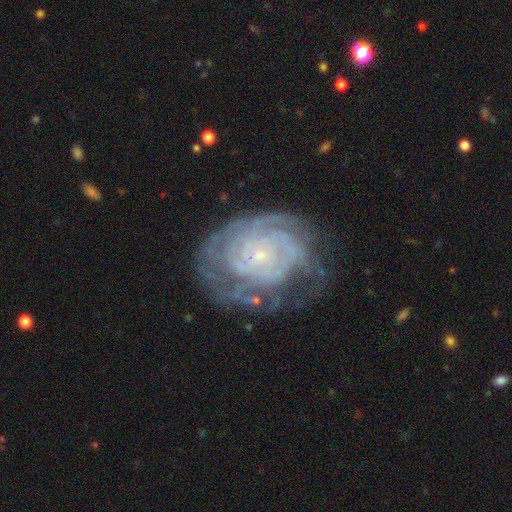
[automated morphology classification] This appears to be a featured or disk galaxy (85%) with no bar (77%), tight (78%) spiral arms (95%) and a small central bulge (85%). Merging: none (65%).